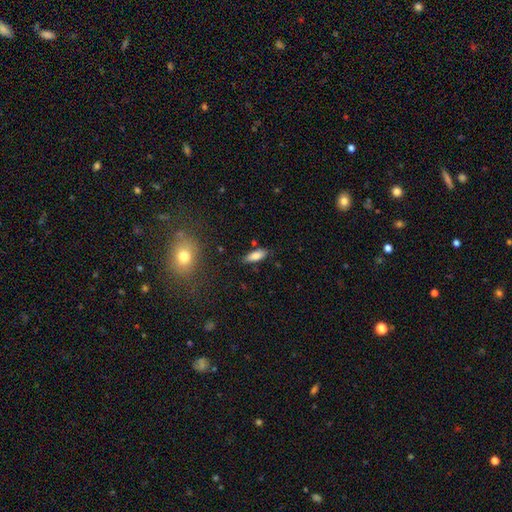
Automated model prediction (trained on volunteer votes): Smooth or featured? smooth (81%)
How rounded? in between (69%)
Merging? none (81%)